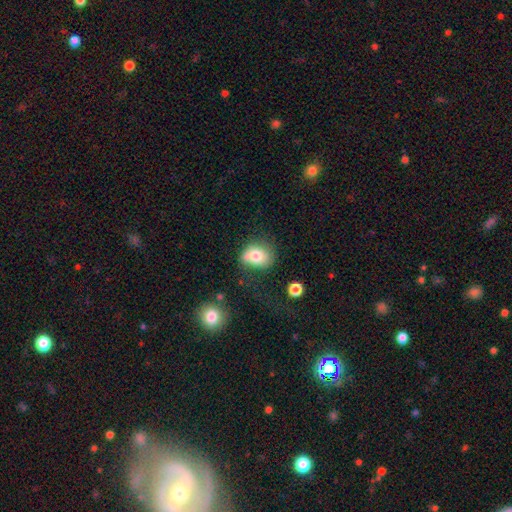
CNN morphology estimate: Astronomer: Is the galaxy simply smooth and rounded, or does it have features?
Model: smooth — 74%.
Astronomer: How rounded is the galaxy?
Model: in between — 56% (runner-up: round, 43%).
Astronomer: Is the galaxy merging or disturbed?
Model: none — 48% (runner-up: minor disturbance, 30%).